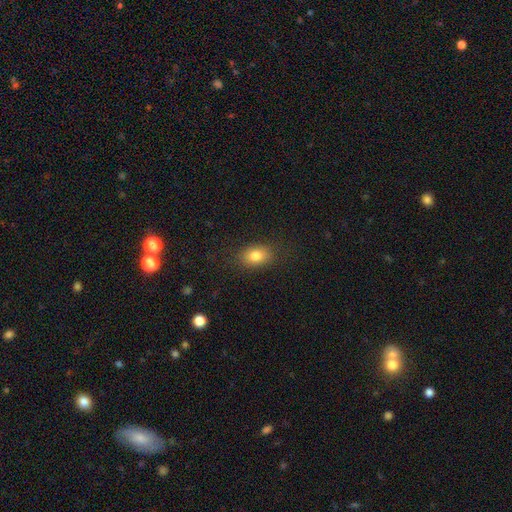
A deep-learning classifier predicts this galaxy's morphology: A smooth galaxy with no disk features (82%) that is in between round and cigar-shaped (77%).

Vote fractions:
- Smooth or featured? smooth: 82% / star or artifact: 10% / featured or disk: 9%
- How rounded? in between: 77% / round: 21% / cigar-shaped: 2%
- Merging? none: 84% / minor disturbance: 11% / major disturbance: 4% / merger: 1%